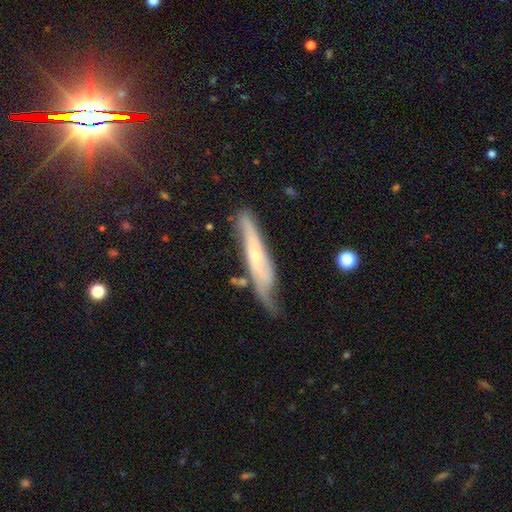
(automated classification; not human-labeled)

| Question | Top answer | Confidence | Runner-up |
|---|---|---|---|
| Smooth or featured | featured or disk | 63% | smooth (31%) |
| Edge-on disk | yes | 56% | no (44%) |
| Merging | none | 48% | minor disturbance (34%) |